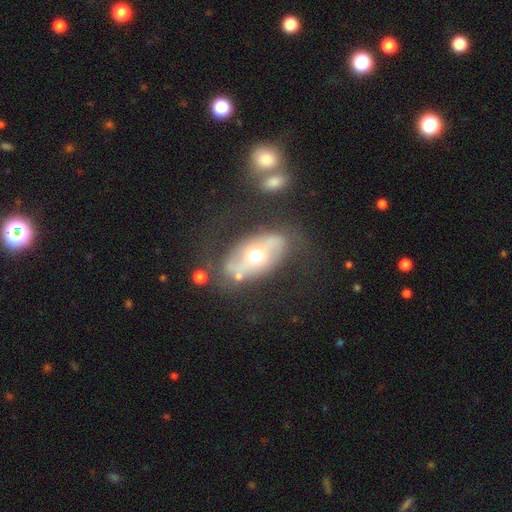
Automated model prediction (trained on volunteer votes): Q: Smooth or featured?
A: featured or disk (56%); runner-up: smooth (36%)
Q: Edge-on disk?
A: no (86%); runner-up: yes (14%)
Q: Merging?
A: none (68%); runner-up: minor disturbance (16%)